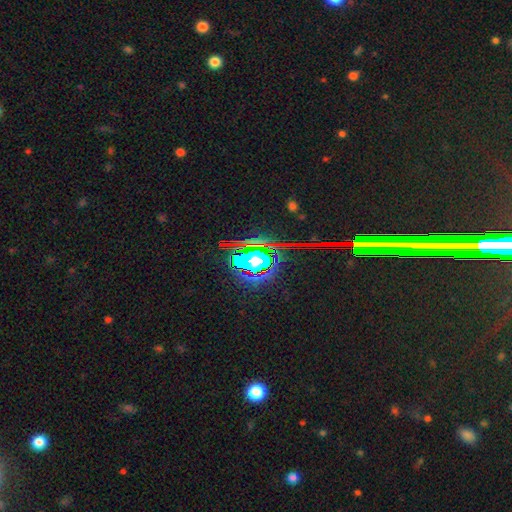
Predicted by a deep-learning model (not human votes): Smooth or featured? star or artifact (82%)